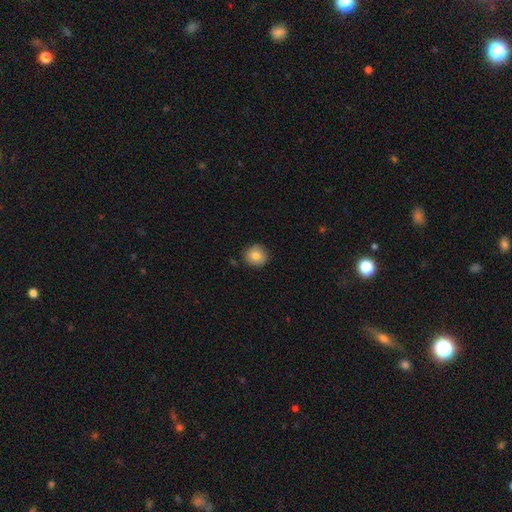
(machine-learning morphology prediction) smooth-or-featured: smooth: 81% | featured or disk: 10% | star or artifact: 9%
  how-rounded: round: 88% | in between: 11% | cigar-shaped: 1%
  merging: none: 84% | minor disturbance: 12% | major disturbance: 2% | merger: 1%